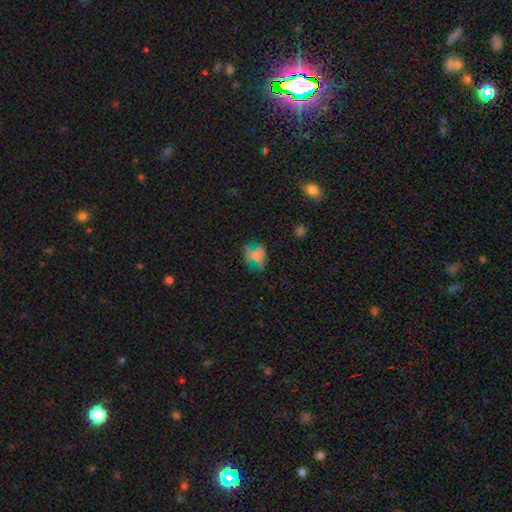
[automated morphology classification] Overall: smooth (55%; star or artifact 27%). How rounded: round (56%; in between 42%). Merging: none (62%).